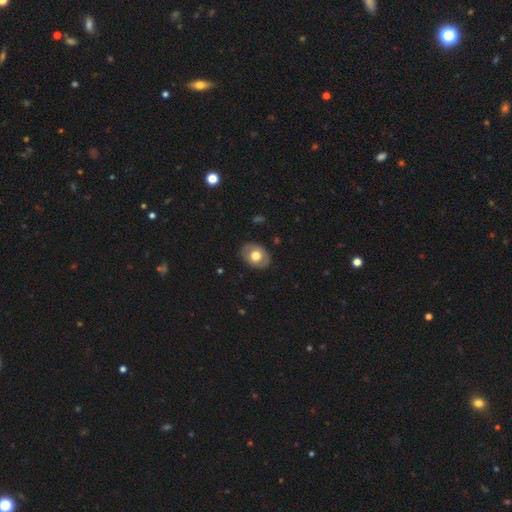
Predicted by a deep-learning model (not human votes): This is likely a smooth galaxy (61%). How rounded: possibly in between (59%). Merging: clearly none (85%).